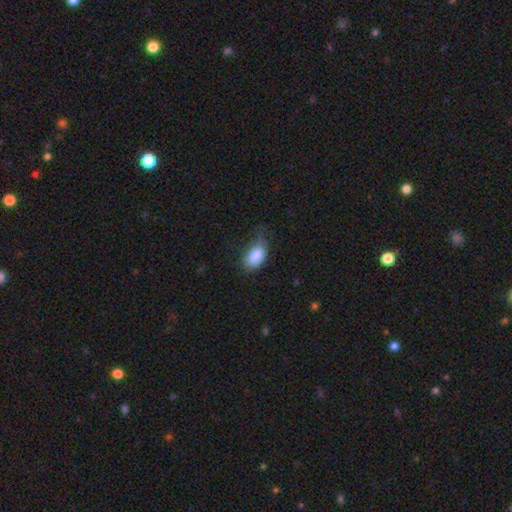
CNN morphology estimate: This is clearly a smooth galaxy (84%). How rounded: clearly in between (90%). Merging: marginally none (44%).